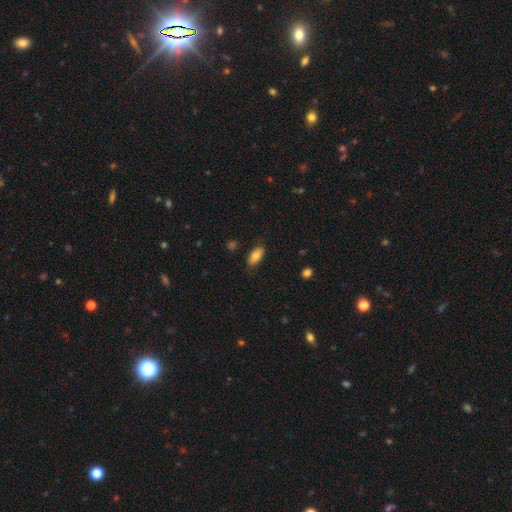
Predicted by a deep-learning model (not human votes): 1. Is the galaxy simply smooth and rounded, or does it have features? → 80% smooth, 13% featured or disk, 7% star or artifact.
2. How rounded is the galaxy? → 89% in between, 8% cigar-shaped, 3% round.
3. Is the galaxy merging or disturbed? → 84% none, 12% minor disturbance, 2% major disturbance, 1% merger.